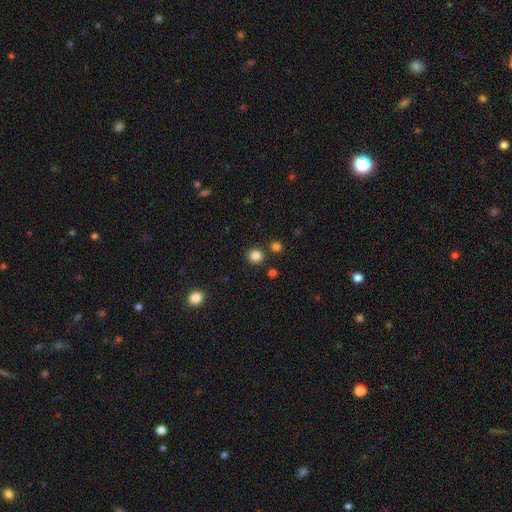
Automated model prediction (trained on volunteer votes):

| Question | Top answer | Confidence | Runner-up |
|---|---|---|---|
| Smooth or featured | smooth | 84% | star or artifact (13%) |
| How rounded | round | 93% | in between (6%) |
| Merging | none | 86% | minor disturbance (6%) |